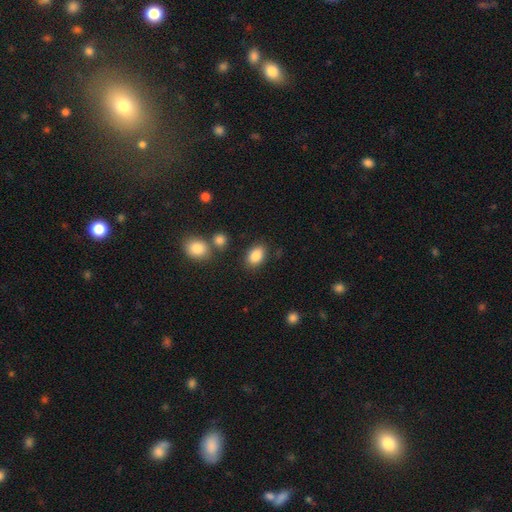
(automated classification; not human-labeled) This appears to be a smooth galaxy with no disk features (86%) that is in between round and cigar-shaped (85%). Merging: none (81%).